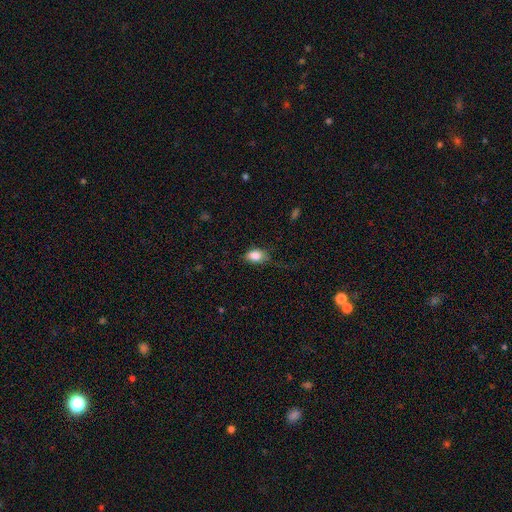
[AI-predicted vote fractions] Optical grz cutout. It shows a smooth galaxy with no disk features (85%) that is in between round and cigar-shaped (82%). Merging: none (59%).